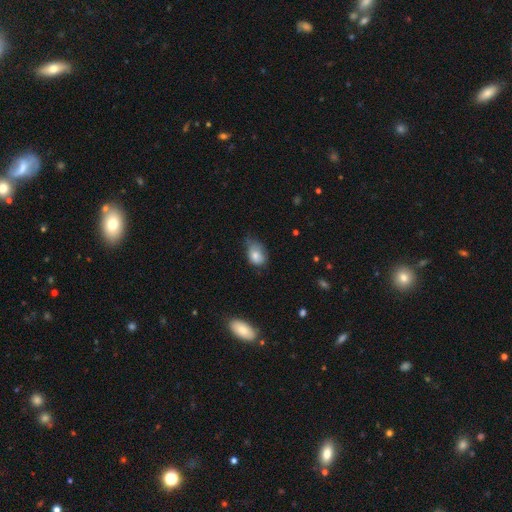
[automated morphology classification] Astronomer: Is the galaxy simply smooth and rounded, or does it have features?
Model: smooth — 78%.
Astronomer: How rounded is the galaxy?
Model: in between — 80%.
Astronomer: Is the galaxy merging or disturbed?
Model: minor disturbance — 45% (runner-up: none, 33%).